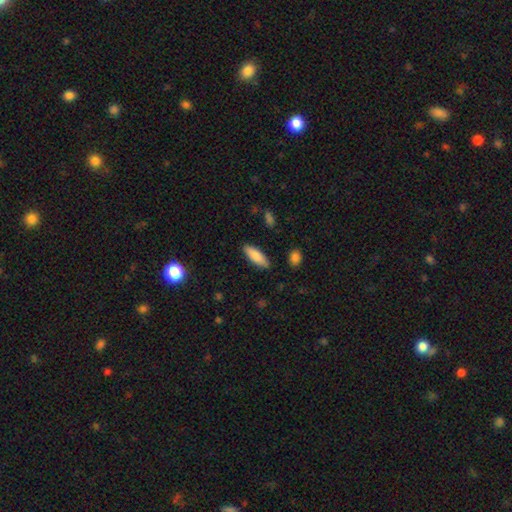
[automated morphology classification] This appears to be a smooth galaxy with no disk features (84%) that is in between round and cigar-shaped (58%). Merging: none (87%).